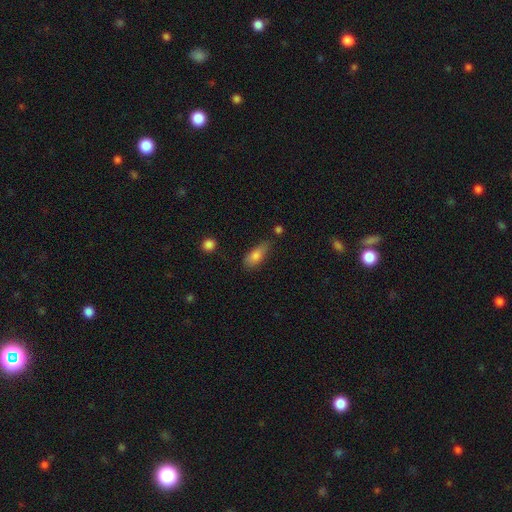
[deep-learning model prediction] Smooth or featured?
  - smooth: 80% *
  - featured or disk: 12%
  - star or artifact: 8%
How rounded?
  - in between: 77% *
  - cigar-shaped: 19%
  - round: 4%
Merging?
  - none: 56% *
  - minor disturbance: 32%
  - major disturbance: 8%
  - merger: 5%